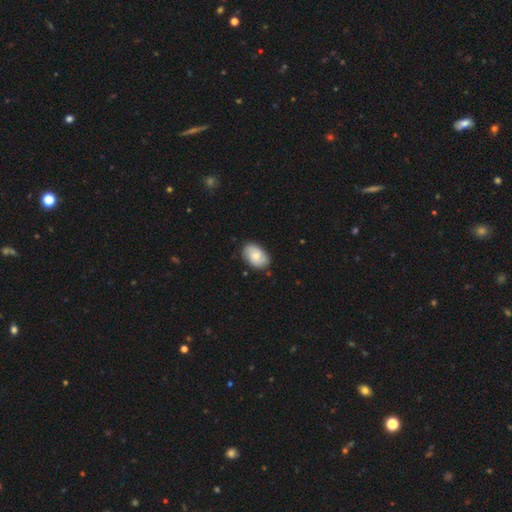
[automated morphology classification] smooth_or_featured: smooth (p=0.53) [alt: featured or disk p=0.41]
how_rounded: in between (p=0.86) [alt: round p=0.13]
merging: none (p=0.79) [alt: minor disturbance p=0.16]